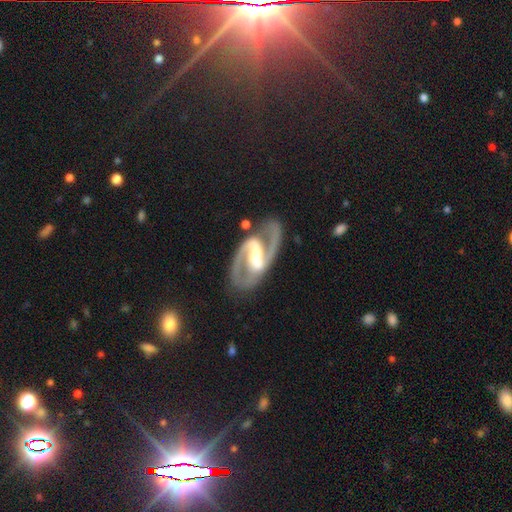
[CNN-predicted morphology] Q: Smooth or featured?
A: featured or disk (92%); runner-up: star or artifact (4%)
Q: Edge-on disk?
A: no (97%); runner-up: yes (3%)
Q: Bar?
A: strong (71%); runner-up: weak (22%)
Q: Spiral arms?
A: yes (97%); runner-up: no (3%)
Q: Spiral winding?
A: medium (61%); runner-up: tight (24%)
Q: Spiral arm count?
A: 2 (94%); runner-up: can't tell (2%)
Q: Bulge size?
A: moderate (50%); runner-up: small (36%)
Q: Merging?
A: none (79%); runner-up: minor disturbance (12%)